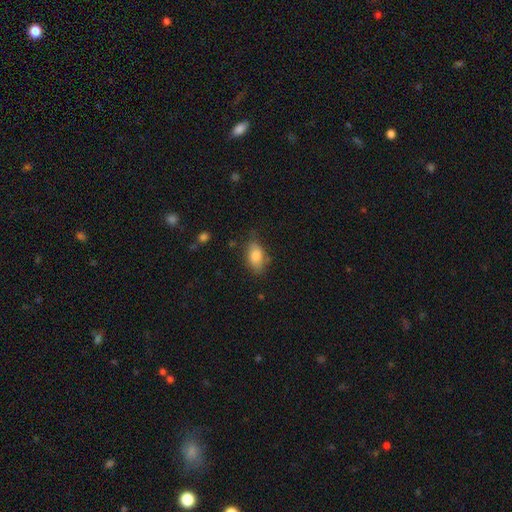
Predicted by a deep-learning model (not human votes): Morphology: type=smooth (83%); roundness=in between (90%); merging=none (68%).